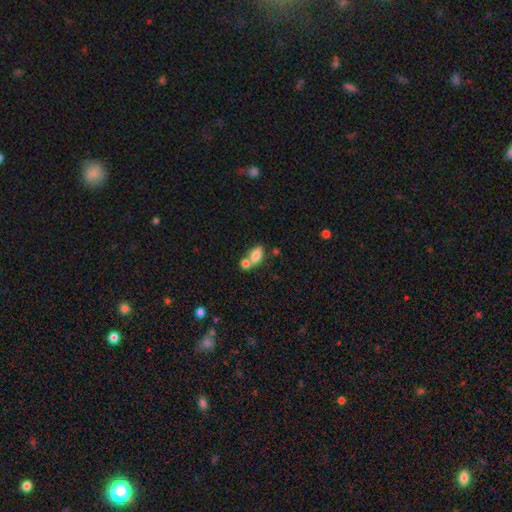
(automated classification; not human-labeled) This appears to be a smooth galaxy with no disk features (79%) that is in between round and cigar-shaped (84%). Merging: merger (49%).